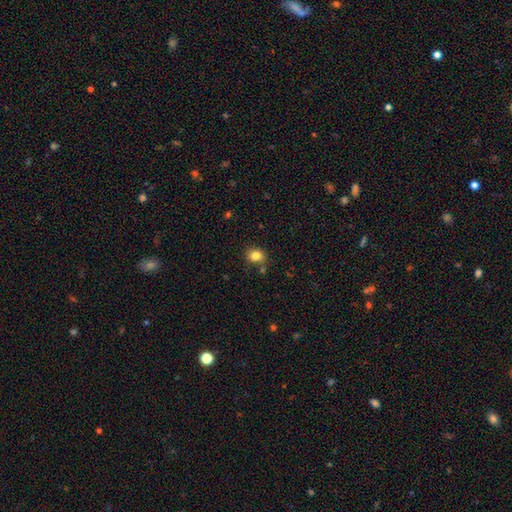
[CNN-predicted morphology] Smooth or featured? Predicted: smooth (p=0.83). How rounded? Predicted: round (p=0.55). Merging? Predicted: none (p=0.78).